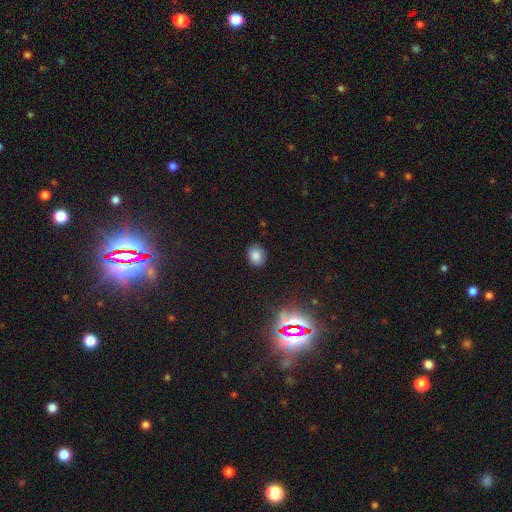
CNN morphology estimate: Smooth or featured? smooth (81%)
How rounded? round (56%)
Merging? none (86%)